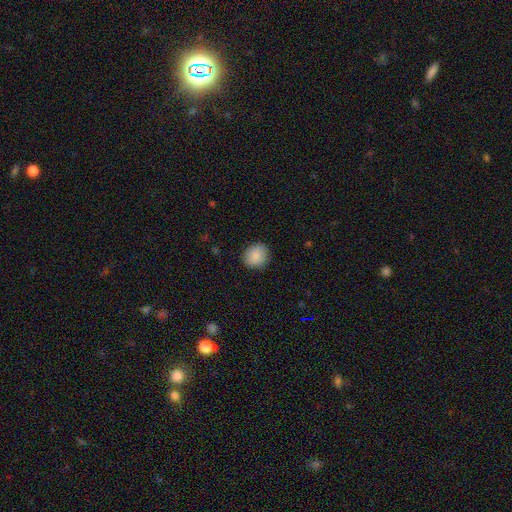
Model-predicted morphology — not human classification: smooth-or-featured: smooth: 89% | star or artifact: 7% | featured or disk: 4%
  how-rounded: round: 79% | in between: 20% | cigar-shaped: 1%
  merging: none: 88% | minor disturbance: 9% | major disturbance: 2% | merger: 1%